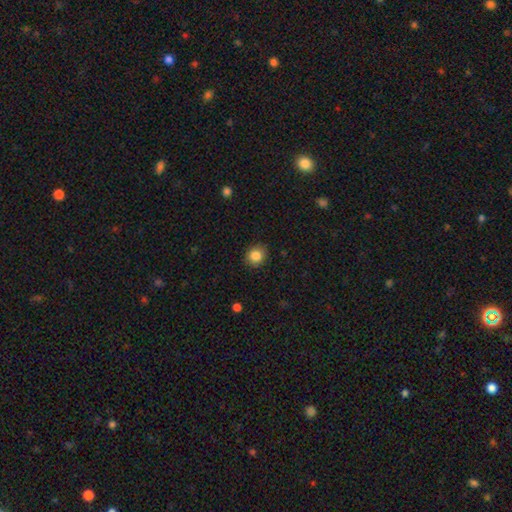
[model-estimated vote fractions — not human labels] Smooth or featured: smooth — 85% (star or artifact — 10%)
How rounded: round — 79% (in between — 21%)
Merging: none — 89% (minor disturbance — 8%)